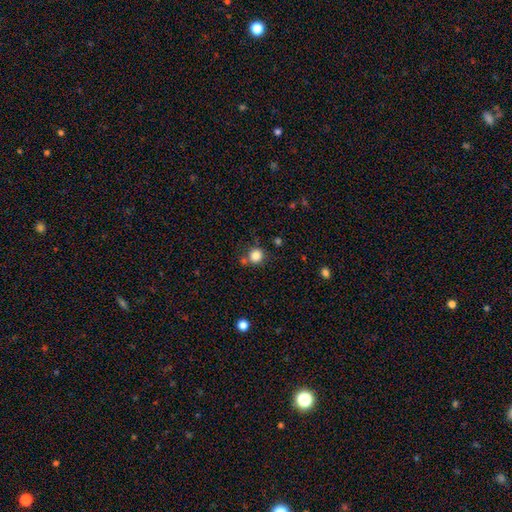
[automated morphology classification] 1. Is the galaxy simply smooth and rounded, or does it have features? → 84% smooth, 11% star or artifact, 5% featured or disk.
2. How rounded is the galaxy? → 88% round, 11% in between, 1% cigar-shaped.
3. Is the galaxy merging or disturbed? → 72% none, 13% minor disturbance, 11% merger, 4% major disturbance.